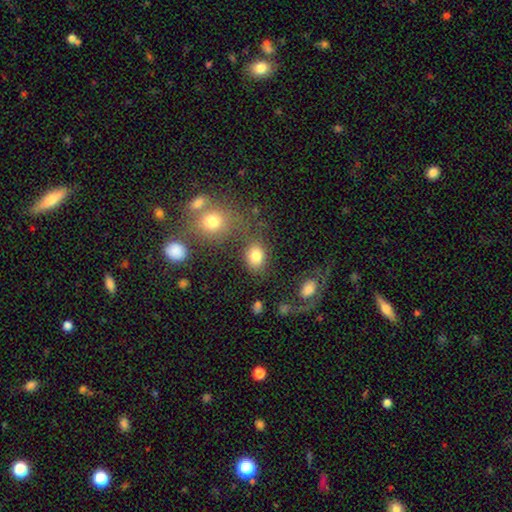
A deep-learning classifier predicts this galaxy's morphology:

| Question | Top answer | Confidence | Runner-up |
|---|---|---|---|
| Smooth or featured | smooth | 81% | star or artifact (11%) |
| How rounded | in between | 60% | round (38%) |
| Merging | none | 64% | merger (15%) |